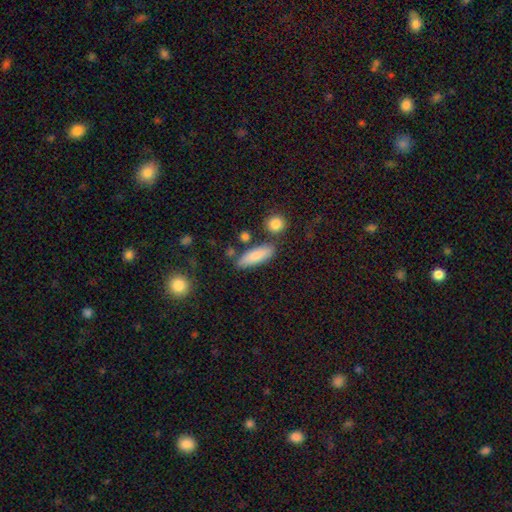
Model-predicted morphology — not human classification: Smooth or featured? smooth (81%)
How rounded? in between (55%)
Merging? none (76%)